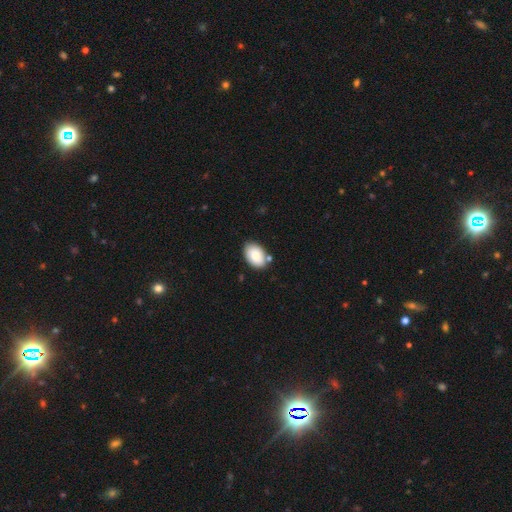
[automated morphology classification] The model was most divided on "merging": none: 76%, minor disturbance: 14%, merger: 7%, major disturbance: 3%. More confident: how rounded — in between (89%); smooth or featured — smooth (84%).